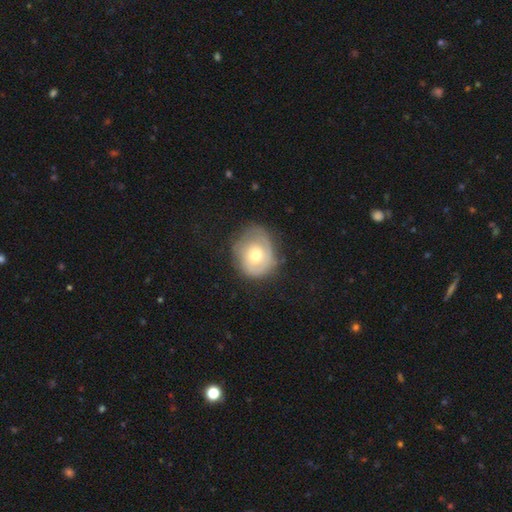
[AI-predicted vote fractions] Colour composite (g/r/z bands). It shows a smooth galaxy with no disk features (47%). Merging: none (54%).